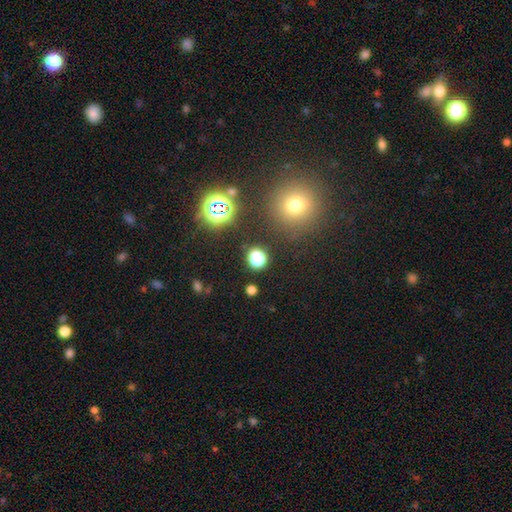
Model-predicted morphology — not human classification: type=smooth (66%); roundness=round (82%); merging=none (84%).